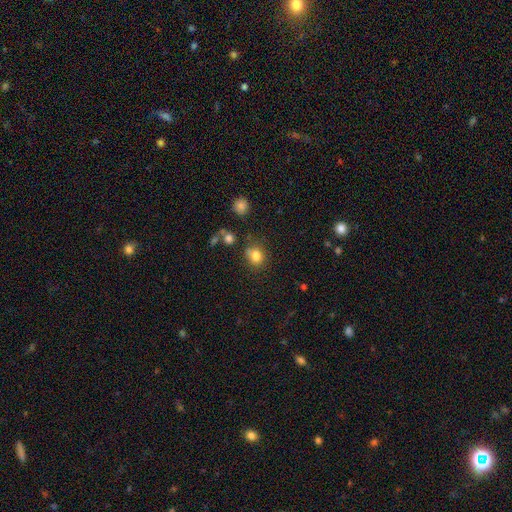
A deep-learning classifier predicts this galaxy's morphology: smooth 81%, star or artifact 12%, featured or disk 7%. Down the decision tree: how rounded — round (70%); merging — none (68%).